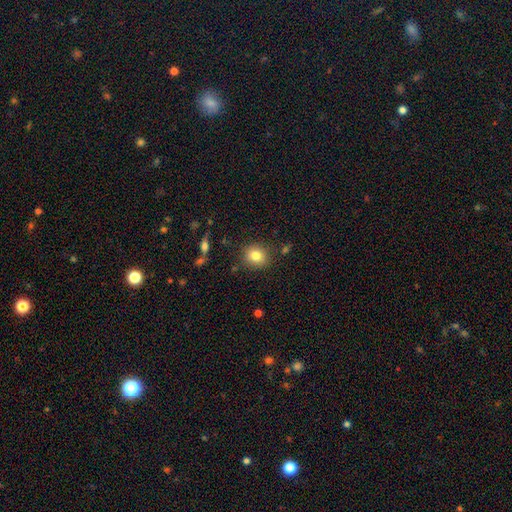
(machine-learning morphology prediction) The model was most divided on "how rounded": round: 74%, in between: 25%, cigar-shaped: 1%. More confident: merging — none (85%); smooth or featured — smooth (81%).